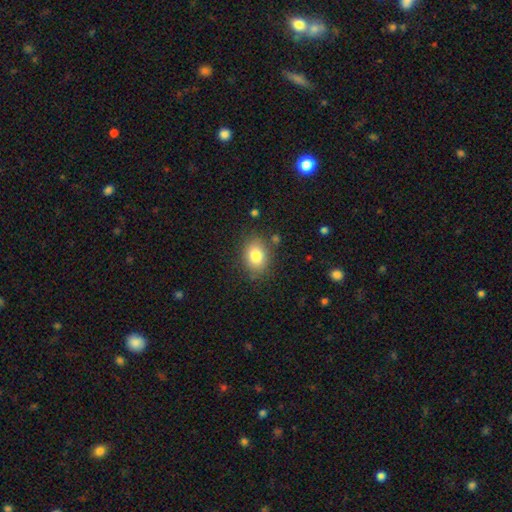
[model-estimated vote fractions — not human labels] A smooth galaxy with no disk features (82%) that is in between round and cigar-shaped (70%). Merging: none (80%).